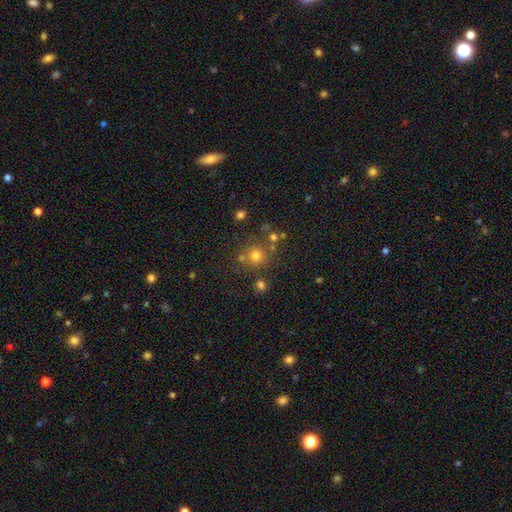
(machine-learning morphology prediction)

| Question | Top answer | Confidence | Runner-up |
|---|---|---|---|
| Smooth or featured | smooth | 70% | star or artifact (21%) |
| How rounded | round | 92% | in between (7%) |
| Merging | none | 74% | merger (13%) |